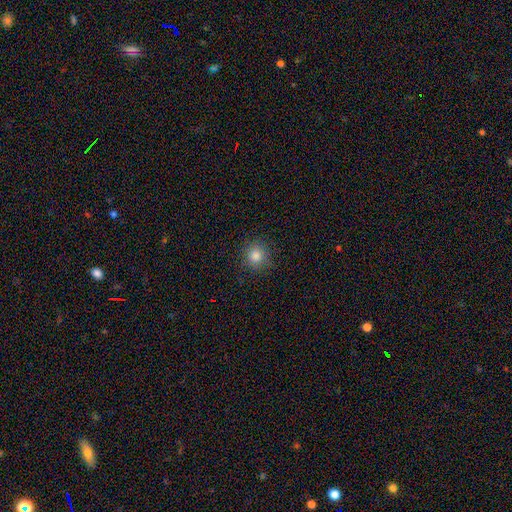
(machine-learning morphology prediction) smooth 82%, star or artifact 13%, featured or disk 5%. Down the decision tree: how rounded — round (90%); merging — none (89%).